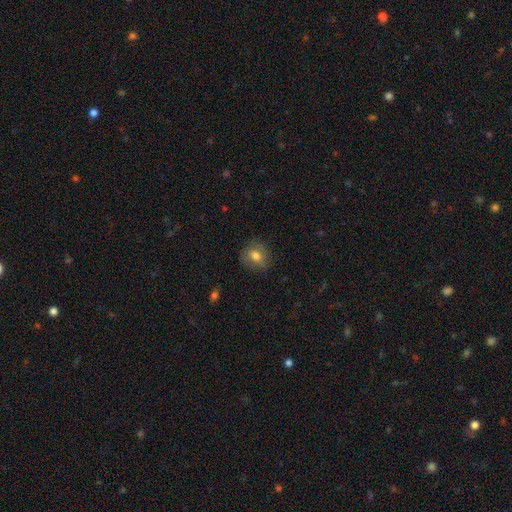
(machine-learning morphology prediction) Smooth or featured? smooth (69%)
How rounded? round (67%)
Merging? none (78%)